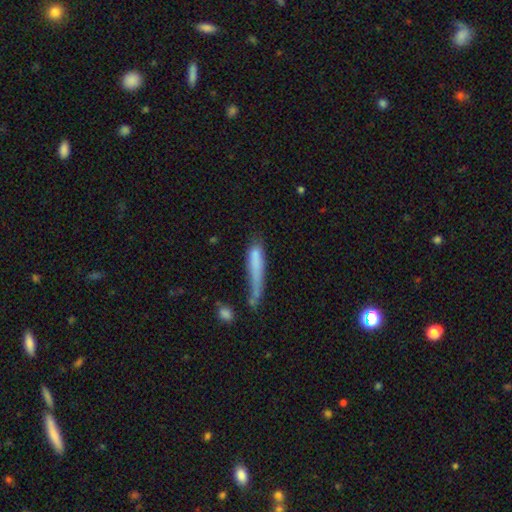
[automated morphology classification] smooth_or_featured: smooth (p=0.54) [alt: featured or disk p=0.30]
how_rounded: cigar-shaped (p=0.86) [alt: in between p=0.11]
merging: none (p=0.56) [alt: minor disturbance p=0.23]